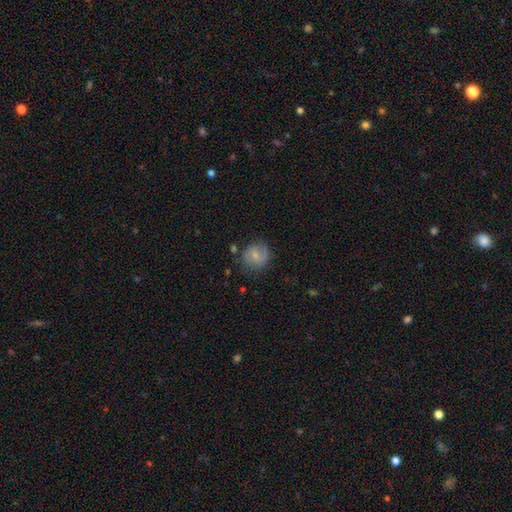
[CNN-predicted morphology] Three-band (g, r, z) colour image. It shows a smooth galaxy with no disk features (50%). Merging: none (66%).